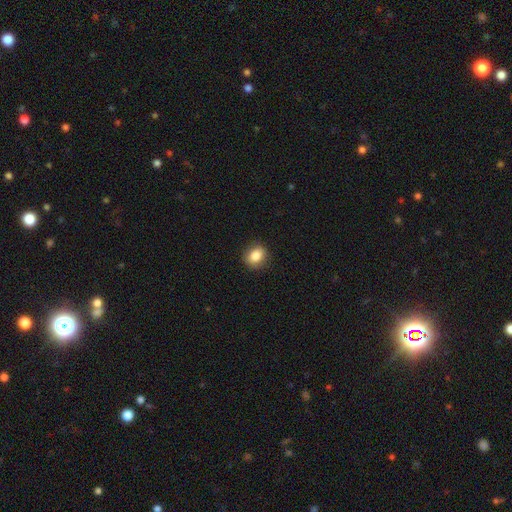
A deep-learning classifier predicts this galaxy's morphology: A smooth galaxy with no disk features (84%) that is round (56%). Merging: none (87%).